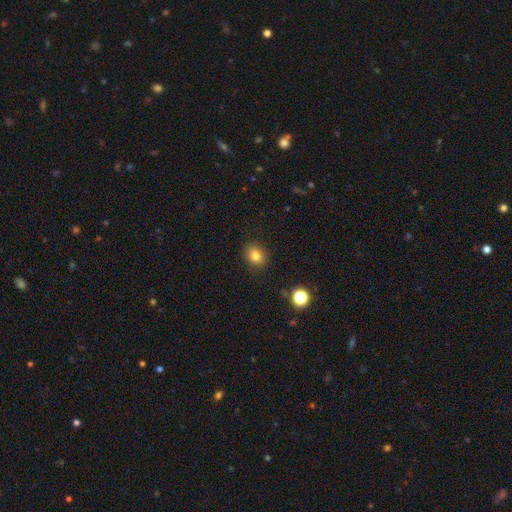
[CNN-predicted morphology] Smooth or featured: smooth — 80% (star or artifact — 13%)
How rounded: round — 67% (in between — 32%)
Merging: none — 88% (minor disturbance — 9%)